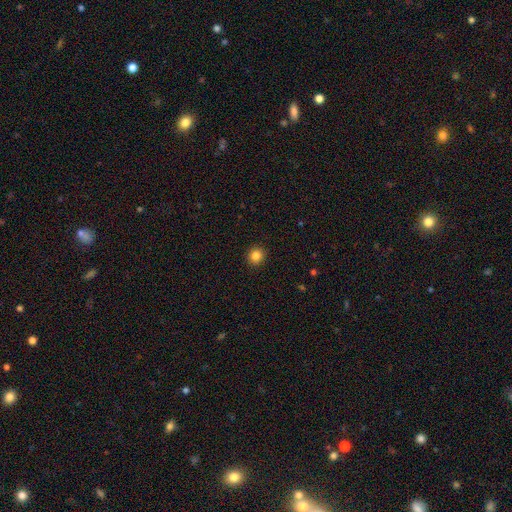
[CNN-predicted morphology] Q: Smooth or featured?
A: smooth (84%); runner-up: star or artifact (11%)
Q: How rounded?
A: round (89%); runner-up: in between (10%)
Q: Merging?
A: none (92%); runner-up: minor disturbance (5%)